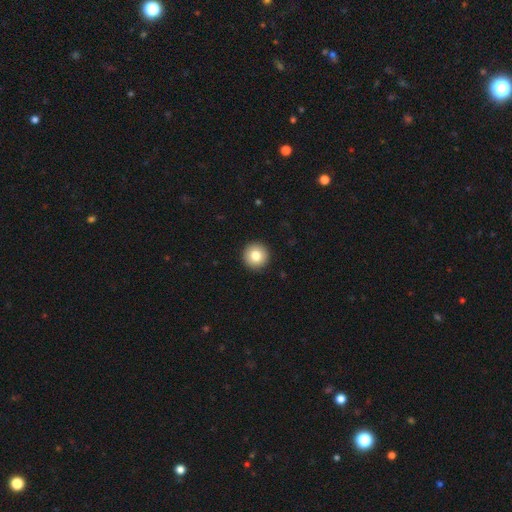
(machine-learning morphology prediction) Smooth or featured? smooth (81%)
How rounded? round (96%)
Merging? none (93%)